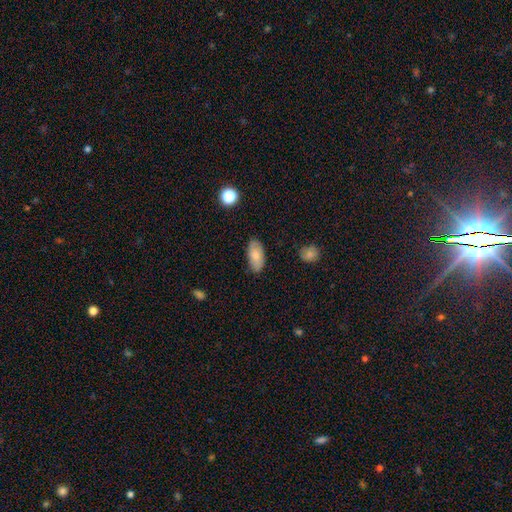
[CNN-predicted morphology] smooth_or_featured: smooth (p=0.79) [alt: featured or disk p=0.14]
how_rounded: in between (p=0.92) [alt: cigar-shaped p=0.05]
merging: none (p=0.82) [alt: minor disturbance p=0.14]